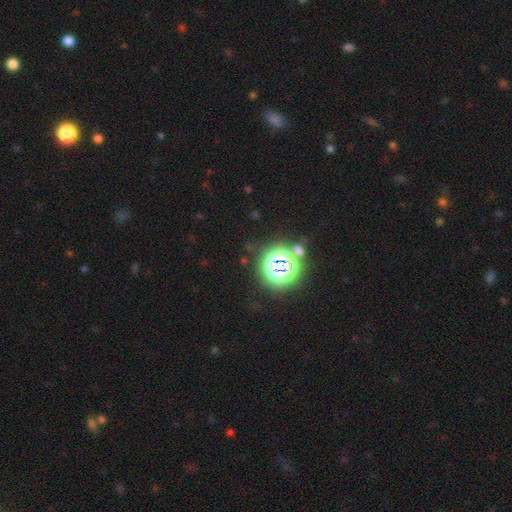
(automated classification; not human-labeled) A star or artifact, not a galaxy (82%).

Vote fractions:
- Smooth or featured? star or artifact: 82% / smooth: 13% / featured or disk: 5%